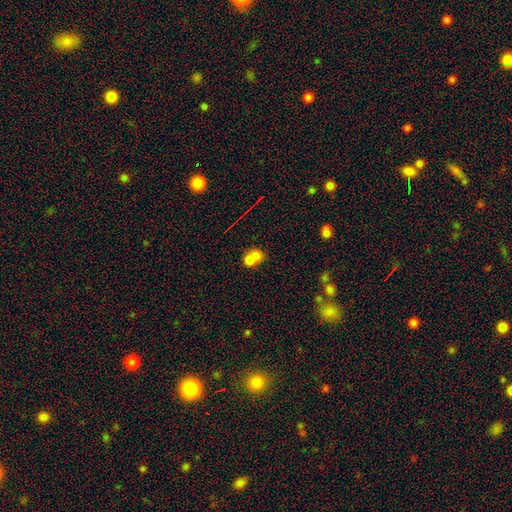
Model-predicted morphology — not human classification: smooth_or_featured: smooth (p=0.70) [alt: featured or disk p=0.18]
how_rounded: round (p=0.62) [alt: in between p=0.36]
merging: merger (p=0.65) [alt: none p=0.24]